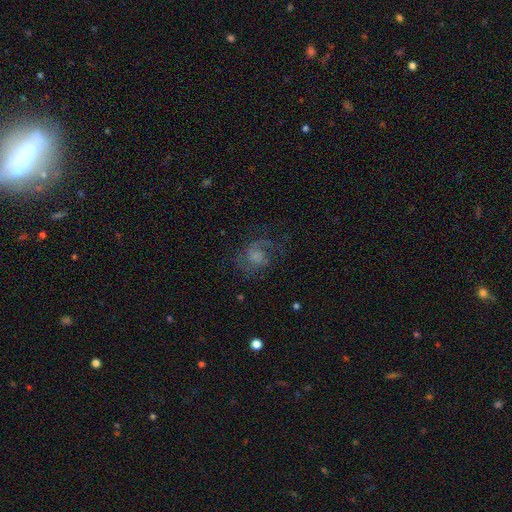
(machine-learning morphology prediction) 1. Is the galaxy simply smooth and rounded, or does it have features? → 57% featured or disk, 29% smooth, 14% star or artifact.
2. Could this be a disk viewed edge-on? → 98% no, 2% yes.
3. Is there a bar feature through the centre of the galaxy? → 69% no, 27% weak, 4% strong.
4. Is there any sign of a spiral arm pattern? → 83% yes, 17% no.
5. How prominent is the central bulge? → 43% none, 21% small, 20% moderate, 14% large, 3% dominant.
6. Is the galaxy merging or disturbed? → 58% none, 22% major disturbance, 18% minor disturbance, 2% merger.